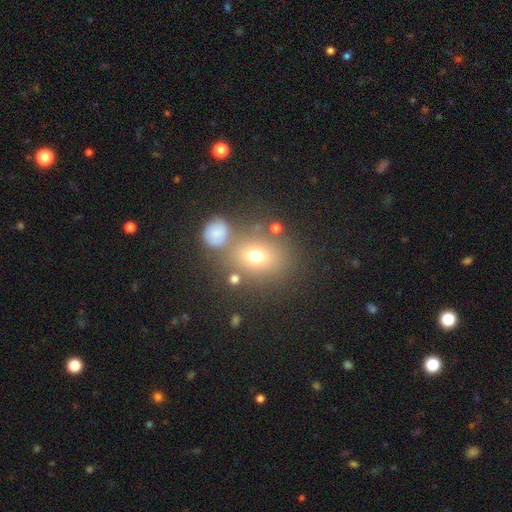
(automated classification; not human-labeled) The model was most divided on "how rounded": round: 60%, in between: 39%, cigar-shaped: 1%. More confident: merging — none (66%); smooth or featured — smooth (66%).